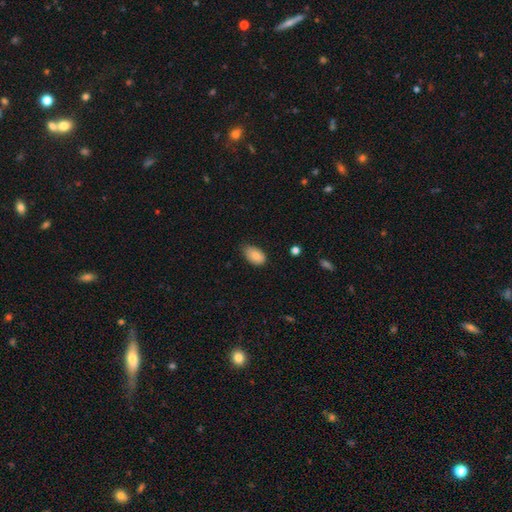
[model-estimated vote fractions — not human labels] smooth_or_featured: smooth (p=0.83) [alt: featured or disk p=0.10]
how_rounded: in between (p=0.92) [alt: round p=0.07]
merging: none (p=0.66) [alt: minor disturbance p=0.29]